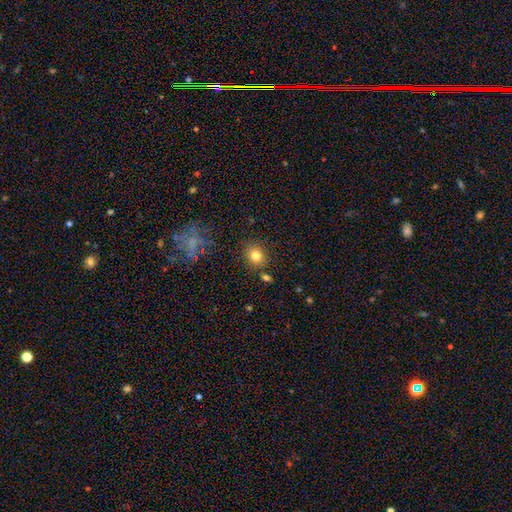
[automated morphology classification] Smooth or featured? Predicted: smooth (p=0.80). How rounded? Predicted: round (p=0.71). Merging? Predicted: none (p=0.81).